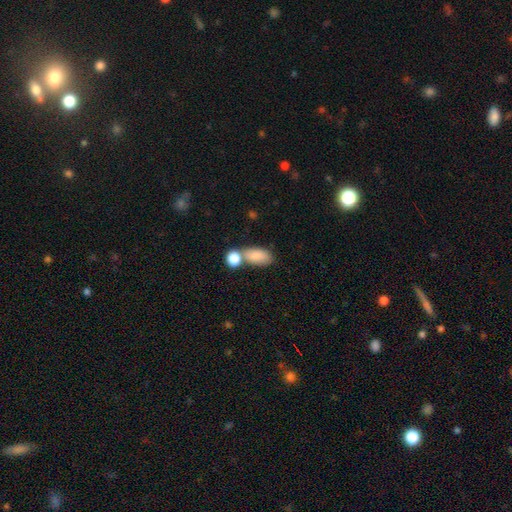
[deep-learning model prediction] Smooth or featured?
  - smooth: 84% *
  - featured or disk: 8%
  - star or artifact: 8%
How rounded?
  - in between: 89% *
  - round: 7%
  - cigar-shaped: 4%
Merging?
  - none: 47% *
  - merger: 34%
  - minor disturbance: 14%
  - major disturbance: 6%